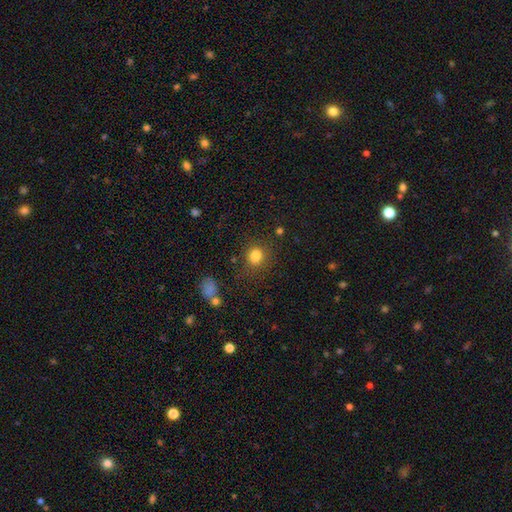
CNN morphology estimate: smooth-or-featured: smooth: 82% | star or artifact: 13% | featured or disk: 5%
  how-rounded: round: 81% | in between: 18% | cigar-shaped: 1%
  merging: none: 80% | minor disturbance: 11% | major disturbance: 5% | merger: 4%